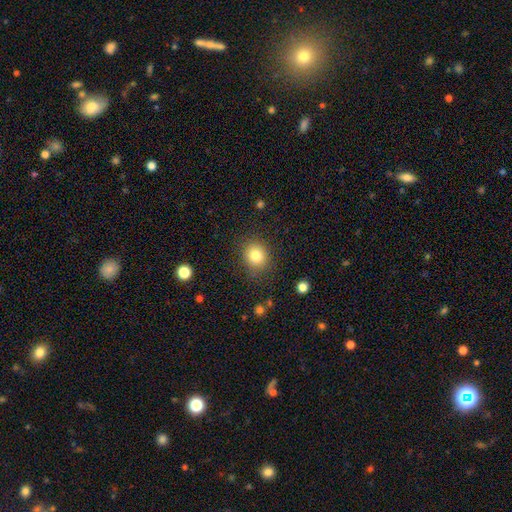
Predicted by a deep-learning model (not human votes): A smooth galaxy with no disk features (82%) that is round (75%). Merging: none (84%).